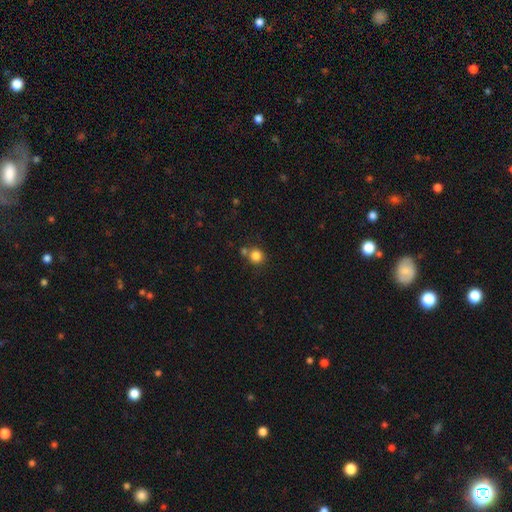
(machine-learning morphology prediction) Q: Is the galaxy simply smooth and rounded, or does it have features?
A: smooth — 83%.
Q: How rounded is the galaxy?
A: round — 91%.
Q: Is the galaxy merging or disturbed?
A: none — 66%.